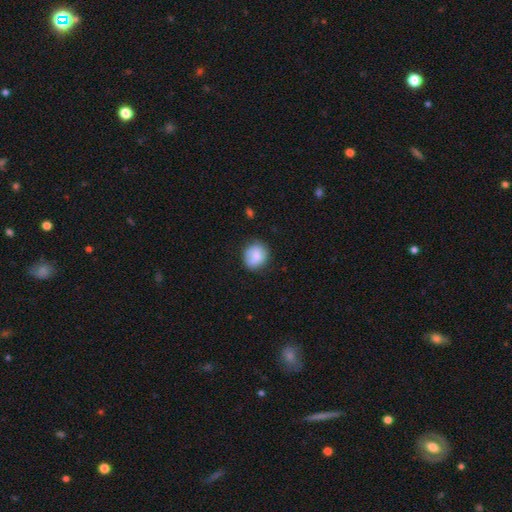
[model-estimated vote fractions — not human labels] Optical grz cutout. It shows a smooth galaxy with no disk features (78%) that is round (71%). Merging: none (73%).